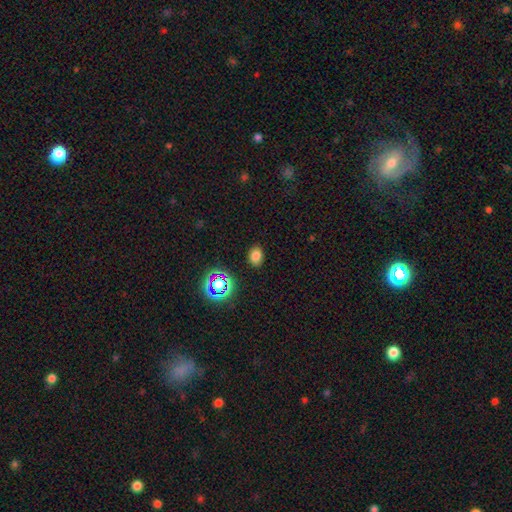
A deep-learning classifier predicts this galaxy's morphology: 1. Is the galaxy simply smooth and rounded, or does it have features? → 75% smooth, 19% star or artifact, 6% featured or disk.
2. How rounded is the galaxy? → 71% in between, 28% round, 1% cigar-shaped.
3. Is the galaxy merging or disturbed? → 86% none, 10% minor disturbance, 3% major disturbance, 1% merger.